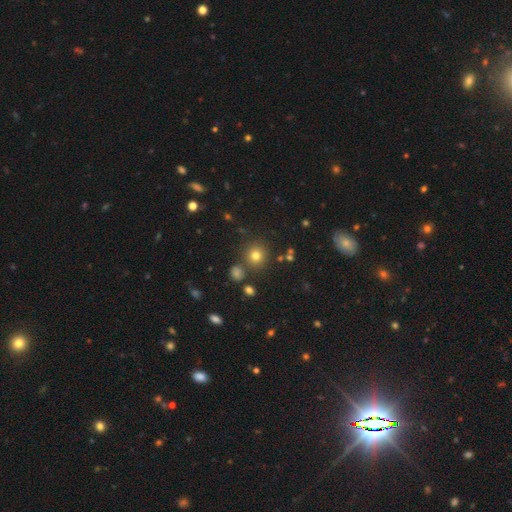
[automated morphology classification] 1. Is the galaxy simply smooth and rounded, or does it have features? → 76% smooth, 16% star or artifact, 8% featured or disk.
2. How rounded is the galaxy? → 91% round, 8% in between, 1% cigar-shaped.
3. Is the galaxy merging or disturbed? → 83% none, 8% minor disturbance, 6% merger, 3% major disturbance.